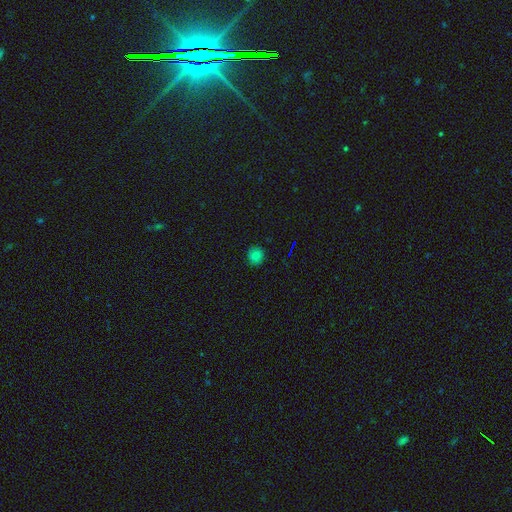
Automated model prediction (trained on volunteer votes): Smooth or featured? Predicted: smooth (p=0.77). How rounded? Predicted: round (p=0.92). Merging? Predicted: none (p=0.90).